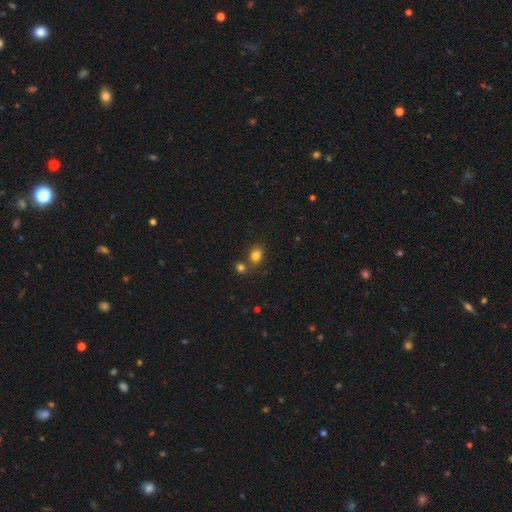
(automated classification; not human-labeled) Smooth or featured? Predicted: smooth (p=0.81). How rounded? Predicted: in between (p=0.53). Merging? Predicted: none (p=0.63).